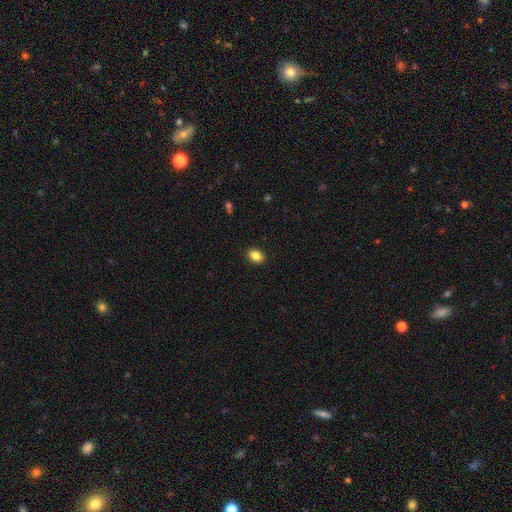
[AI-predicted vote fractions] Morphology: type=smooth (86%); roundness=in between (75%); merging=none (90%).